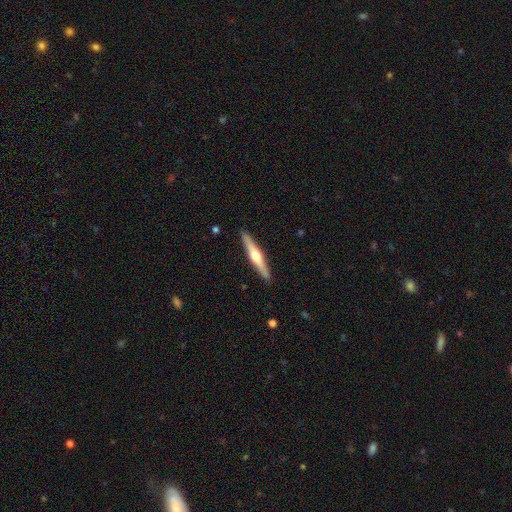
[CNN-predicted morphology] Smooth or featured: featured or disk — 64% (smooth — 31%)
Edge-on disk: yes — 97% (no — 3%)
Edge-on bulge: rounded — 92% (none — 4%)
Merging: none — 91% (minor disturbance — 7%)